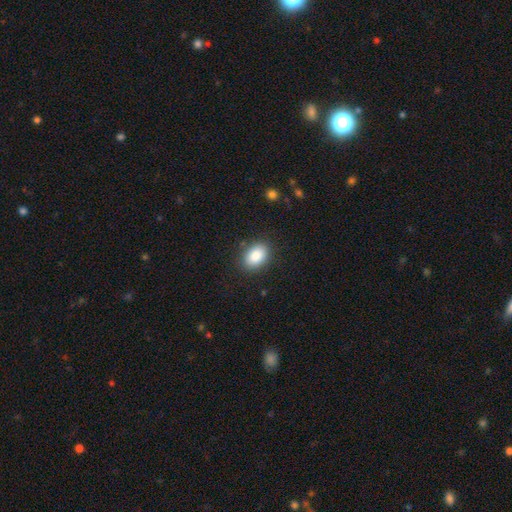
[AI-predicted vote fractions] smooth_or_featured: smooth (p=0.86) [alt: star or artifact p=0.08]
how_rounded: in between (p=0.81) [alt: round p=0.18]
merging: none (p=0.86) [alt: minor disturbance p=0.10]